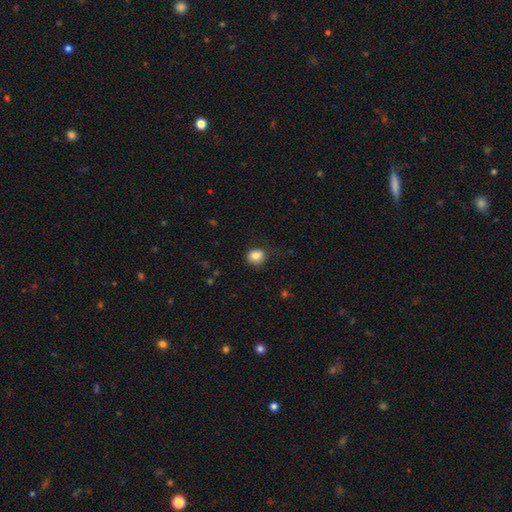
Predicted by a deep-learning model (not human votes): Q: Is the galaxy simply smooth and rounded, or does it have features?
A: smooth — 83%.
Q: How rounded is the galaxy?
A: round — 78%.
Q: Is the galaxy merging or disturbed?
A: none — 73%.